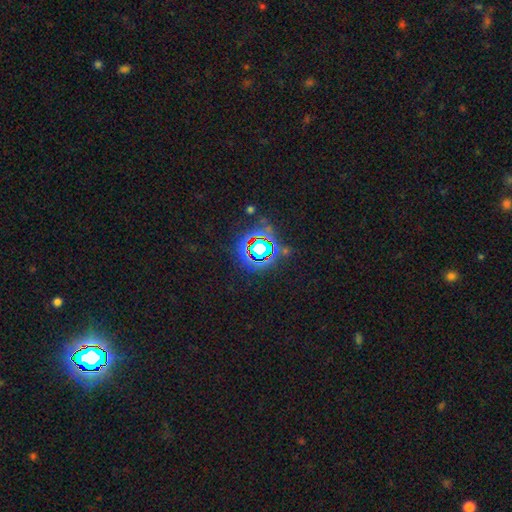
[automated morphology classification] Smooth or featured: star or artifact — 74% (smooth — 15%)